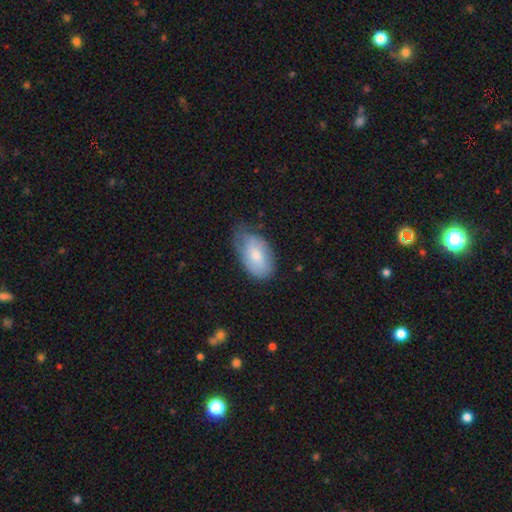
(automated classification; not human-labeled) smooth-or-featured: smooth: 75% | featured or disk: 19% | star or artifact: 6%
  how-rounded: in between: 94% | round: 4% | cigar-shaped: 2%
  merging: none: 49% | minor disturbance: 39% | major disturbance: 10% | merger: 2%